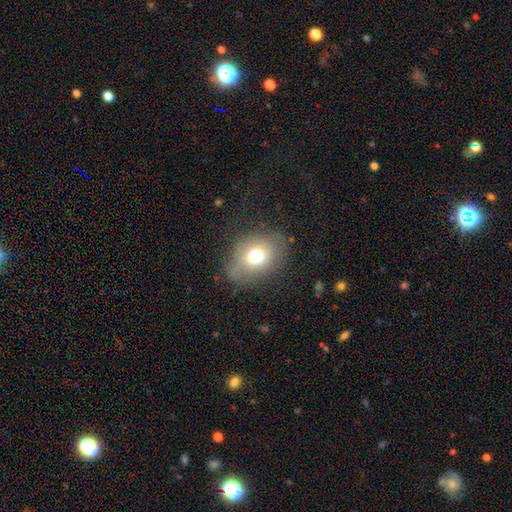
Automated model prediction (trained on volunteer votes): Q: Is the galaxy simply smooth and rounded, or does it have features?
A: smooth — 69%.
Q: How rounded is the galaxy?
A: in between — 55%.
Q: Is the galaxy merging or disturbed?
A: none — 65%.